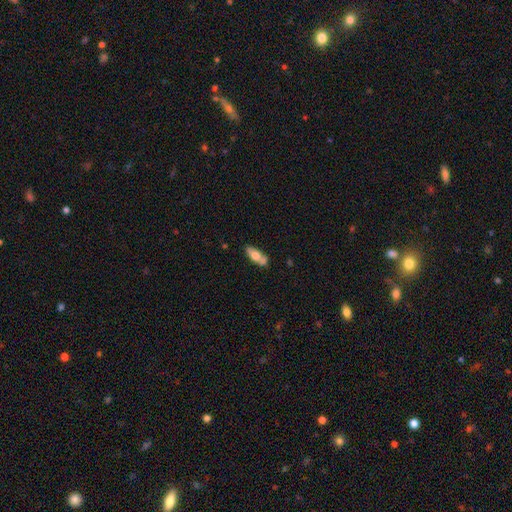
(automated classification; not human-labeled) smooth-or-featured: smooth: 65% | featured or disk: 29% | star or artifact: 7%
  how-rounded: in between: 71% | cigar-shaped: 26% | round: 3%
  merging: none: 55% | merger: 21% | minor disturbance: 19% | major disturbance: 5%